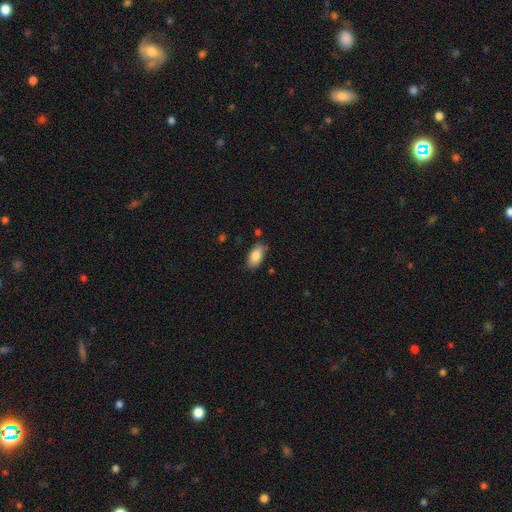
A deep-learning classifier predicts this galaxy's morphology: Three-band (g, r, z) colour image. It shows a smooth galaxy with no disk features (82%) that is in between round and cigar-shaped (92%). Merging: none (77%).